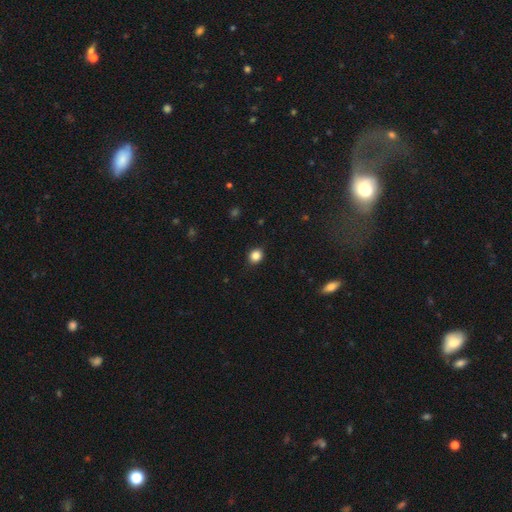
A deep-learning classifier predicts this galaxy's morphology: This appears to be a smooth galaxy with no disk features (86%) that is round (73%). Merging: none (90%).